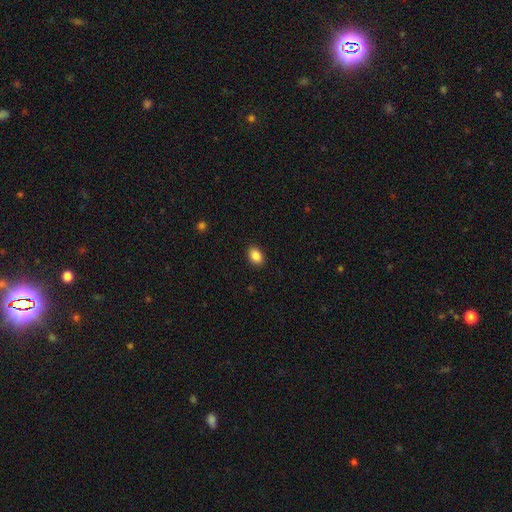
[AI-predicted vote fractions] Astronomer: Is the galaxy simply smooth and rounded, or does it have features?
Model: smooth — 87%.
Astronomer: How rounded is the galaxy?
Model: in between — 77%.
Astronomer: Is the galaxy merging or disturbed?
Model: none — 90%.